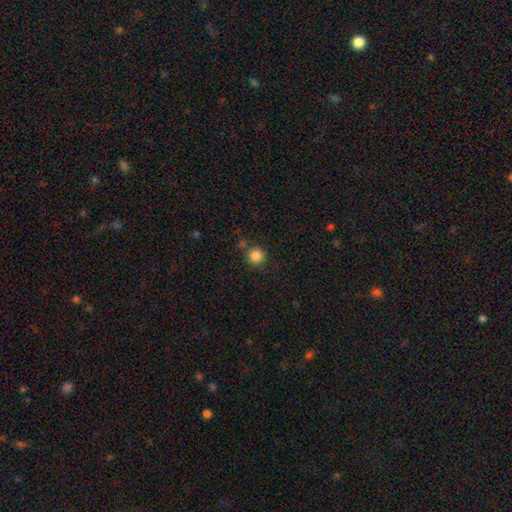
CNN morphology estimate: This appears to be a smooth galaxy with no disk features (86%) that is round (94%). Merging: none (81%).